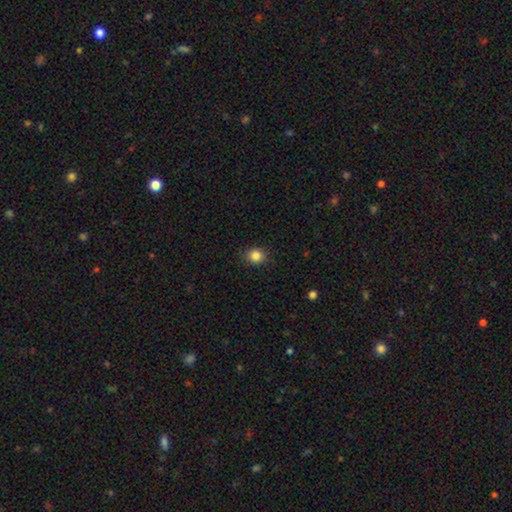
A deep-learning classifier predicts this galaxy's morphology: Overall: smooth (86%). How rounded: round (82%). Merging: none (87%).